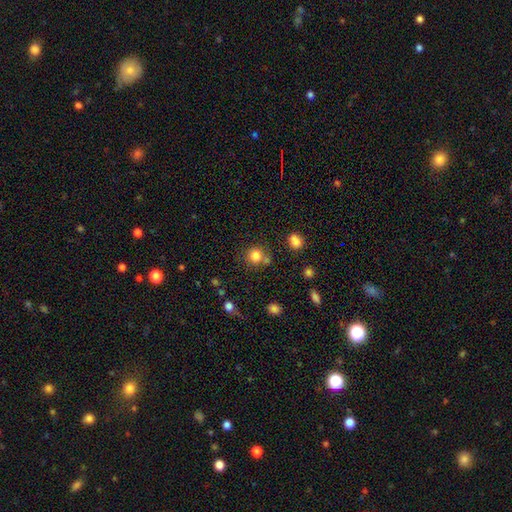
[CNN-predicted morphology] type=smooth (81%); roundness=round (88%); merging=none (67%).